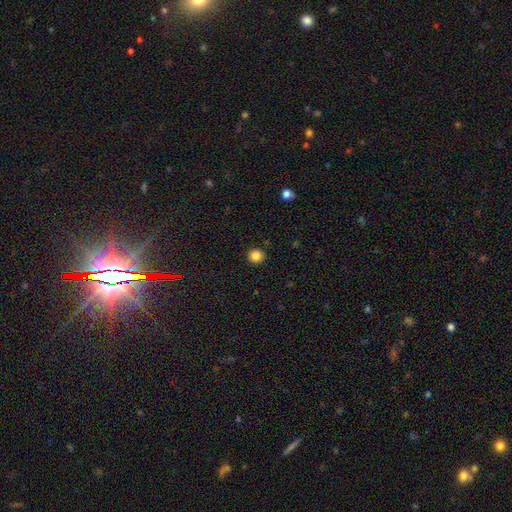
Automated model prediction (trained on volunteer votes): This appears to be a smooth galaxy with no disk features (85%) that is round (95%). Merging: none (92%).